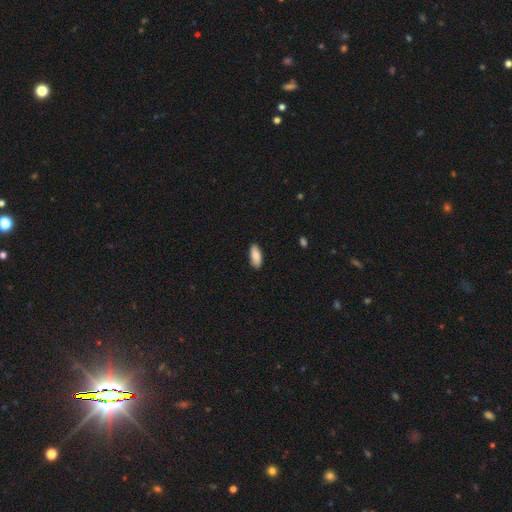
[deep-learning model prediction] This appears to be a smooth galaxy with no disk features (86%) that is in between round and cigar-shaped (84%). Merging: none (87%).